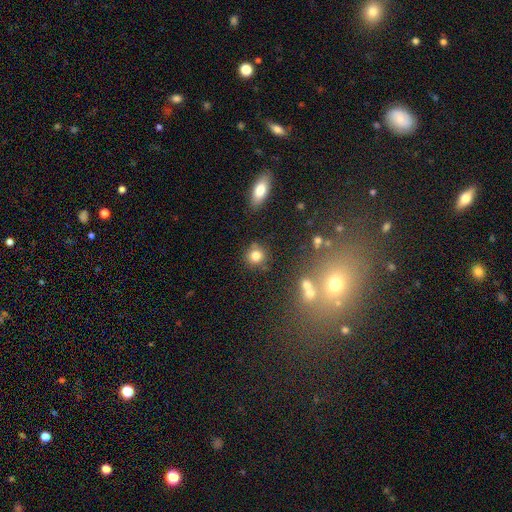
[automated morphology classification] type=smooth (81%); roundness=round (88%); merging=none (76%).